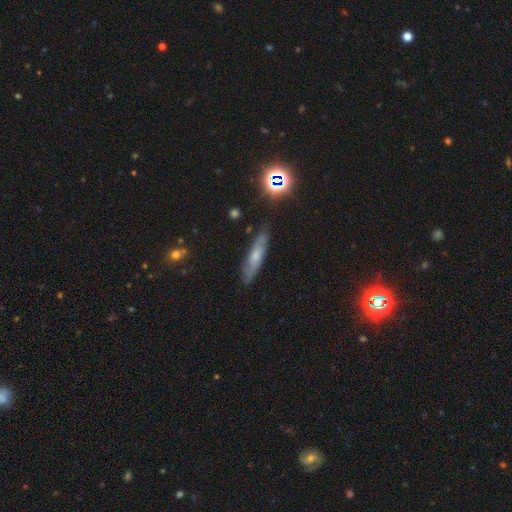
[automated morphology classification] This appears to be a smooth galaxy with no disk features (51%) that is cigar-shaped (73%). Merging: none (81%).